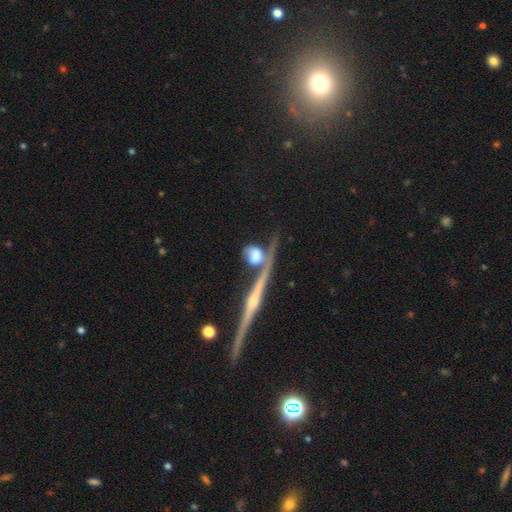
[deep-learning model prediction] This appears to be a smooth galaxy with no disk features (47%). Merging: none (41%).